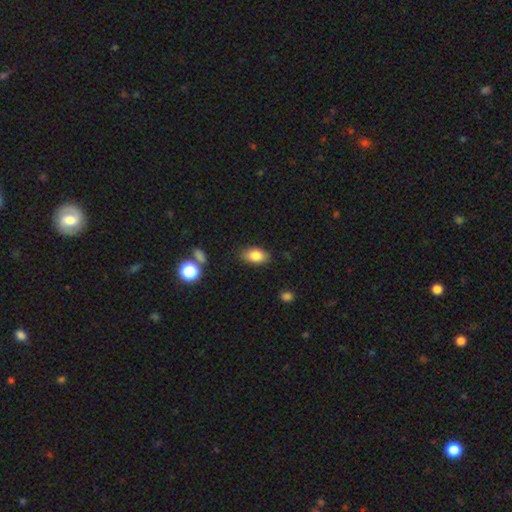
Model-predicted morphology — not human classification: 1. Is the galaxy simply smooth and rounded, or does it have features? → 84% smooth, 8% star or artifact, 8% featured or disk.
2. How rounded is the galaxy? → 89% in between, 8% round, 3% cigar-shaped.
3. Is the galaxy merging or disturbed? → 84% none, 12% minor disturbance, 3% major disturbance, 2% merger.